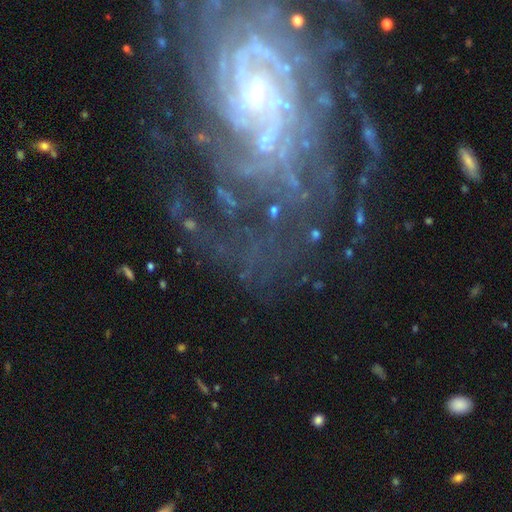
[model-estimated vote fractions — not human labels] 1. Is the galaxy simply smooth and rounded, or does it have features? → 84% featured or disk, 11% star or artifact, 6% smooth.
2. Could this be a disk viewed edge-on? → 97% no, 3% yes.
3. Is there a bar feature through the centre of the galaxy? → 57% no, 29% weak, 13% strong.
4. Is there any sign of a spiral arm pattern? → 92% yes, 8% no.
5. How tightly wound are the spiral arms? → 64% tight, 27% medium, 10% loose.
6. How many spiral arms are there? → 34% can't tell, 16% 2, 15% more than 4, 14% 3, 13% 4, 9% 1.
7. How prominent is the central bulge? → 68% small, 18% moderate, 10% none, 3% large, 1% dominant.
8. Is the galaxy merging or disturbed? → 57% none, 22% major disturbance, 17% minor disturbance, 4% merger.